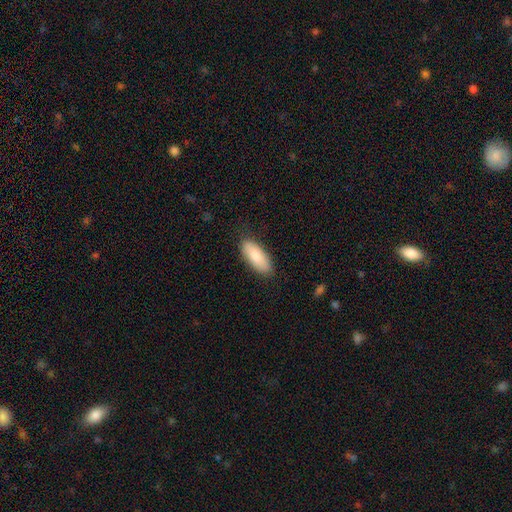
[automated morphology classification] Smooth or featured? smooth (83%)
How rounded? in between (78%)
Merging? none (84%)